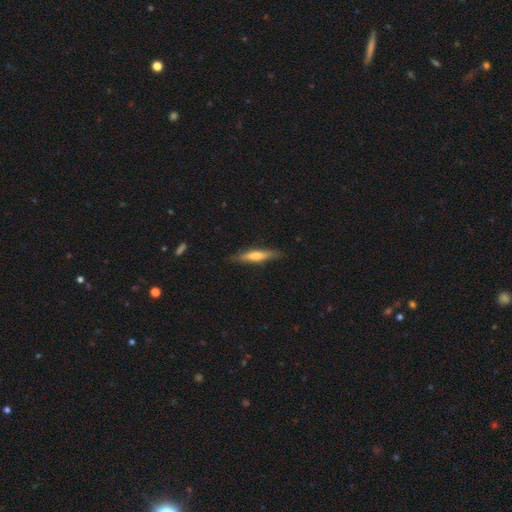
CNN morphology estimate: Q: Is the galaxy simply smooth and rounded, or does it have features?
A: smooth — 55%.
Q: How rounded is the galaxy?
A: cigar-shaped — 88%.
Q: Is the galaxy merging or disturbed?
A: none — 86%.